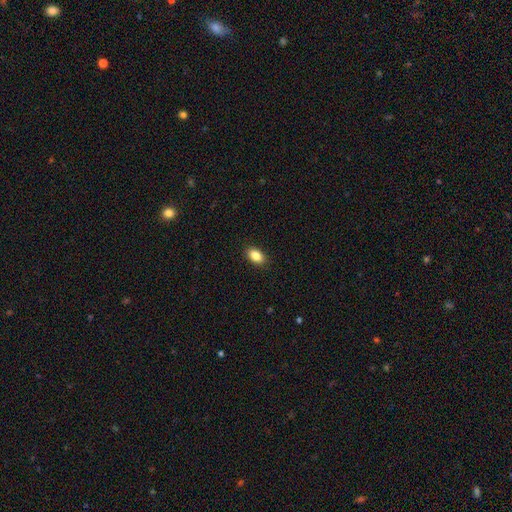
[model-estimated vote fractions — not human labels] Smooth or featured? Predicted: smooth (p=0.87). How rounded? Predicted: in between (p=0.89). Merging? Predicted: none (p=0.90).